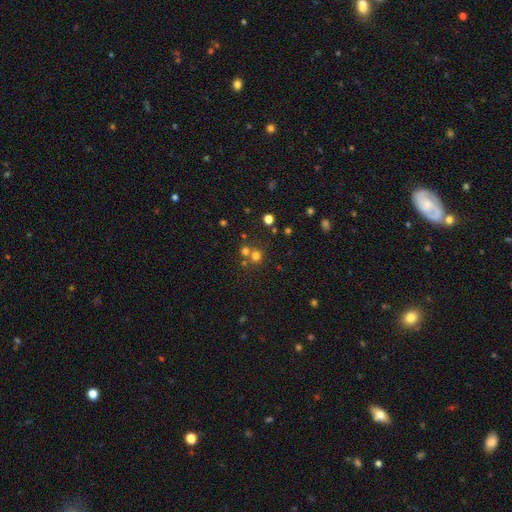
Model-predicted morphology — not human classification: Smooth or featured? Predicted: smooth (p=0.67). How rounded? Predicted: round (p=0.89). Merging? Predicted: none (p=0.57).